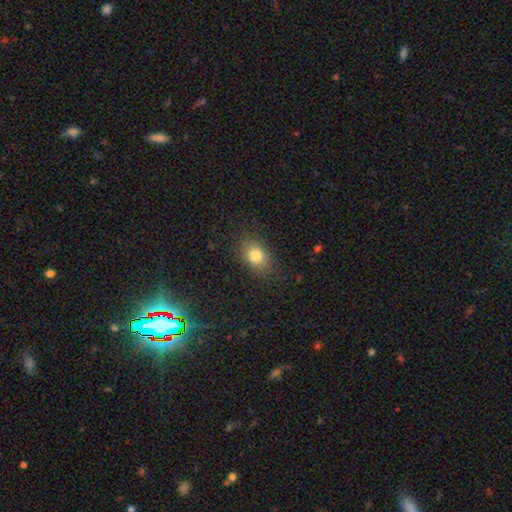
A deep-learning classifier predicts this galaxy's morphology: Overall: smooth (82%). How rounded: in between (70%). Merging: none (83%).